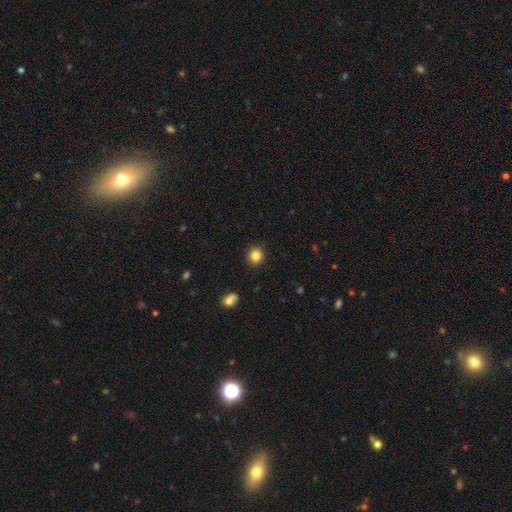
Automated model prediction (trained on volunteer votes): Smooth or featured? smooth (84%)
How rounded? round (90%)
Merging? none (91%)